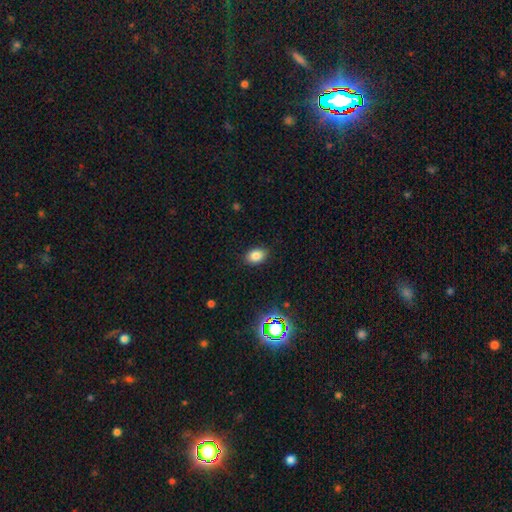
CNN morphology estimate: Overall: smooth (83%). How rounded: in between (83%). Merging: none (88%).